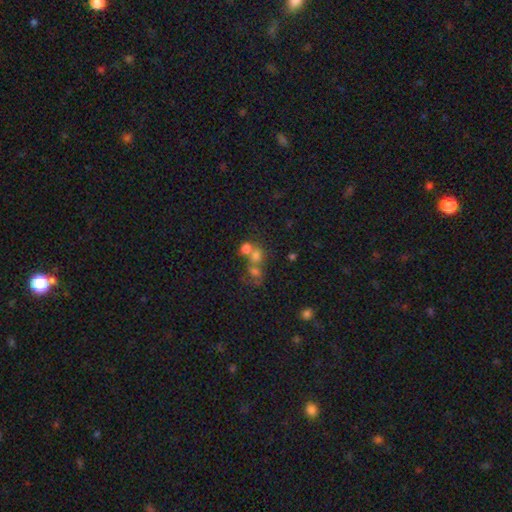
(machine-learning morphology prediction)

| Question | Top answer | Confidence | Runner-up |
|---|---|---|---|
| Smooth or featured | smooth | 64% | star or artifact (20%) |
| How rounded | round | 71% | in between (28%) |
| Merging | merger | 51% | none (33%) |